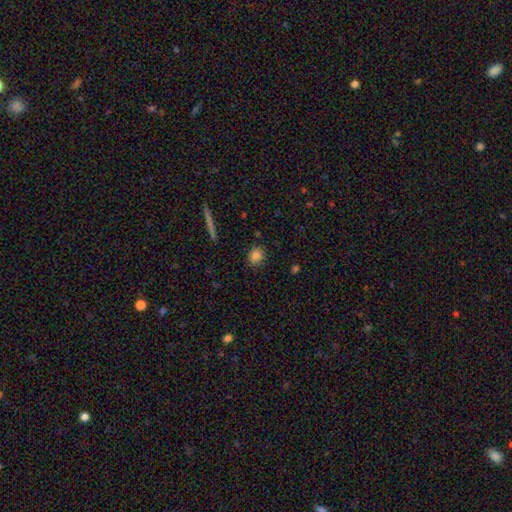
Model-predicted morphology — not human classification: type=smooth (83%); roundness=round (72%); merging=none (86%).